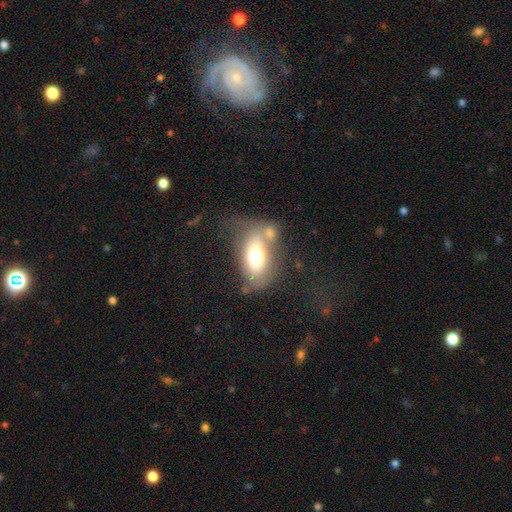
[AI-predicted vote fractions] smooth 62%, featured or disk 29%, star or artifact 9%. Down the decision tree: how rounded — in between (85%); merging — none (40%).